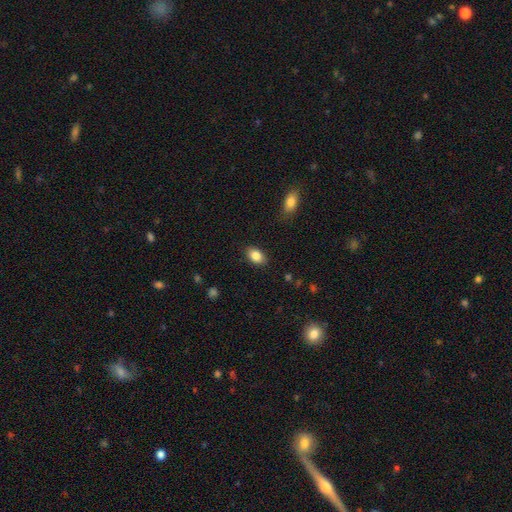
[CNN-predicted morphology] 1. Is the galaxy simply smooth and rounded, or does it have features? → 85% smooth, 8% star or artifact, 7% featured or disk.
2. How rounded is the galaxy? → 87% in between, 11% round, 2% cigar-shaped.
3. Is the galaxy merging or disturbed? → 87% none, 10% minor disturbance, 2% major disturbance, 1% merger.